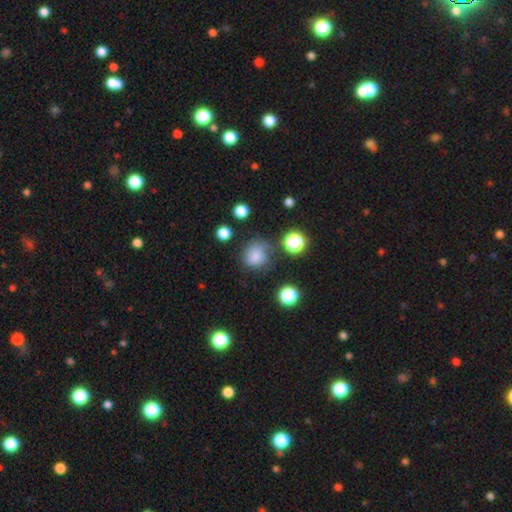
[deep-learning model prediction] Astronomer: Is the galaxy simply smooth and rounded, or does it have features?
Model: smooth — 76%.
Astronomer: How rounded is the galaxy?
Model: round — 82%.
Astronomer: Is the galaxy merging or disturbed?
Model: none — 59%.